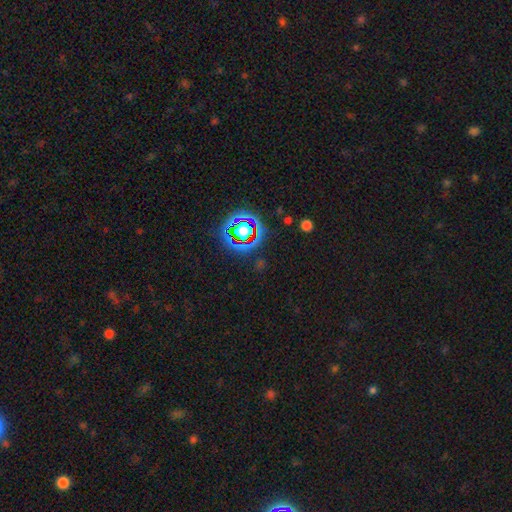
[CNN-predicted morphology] Smooth or featured? star or artifact (78%)